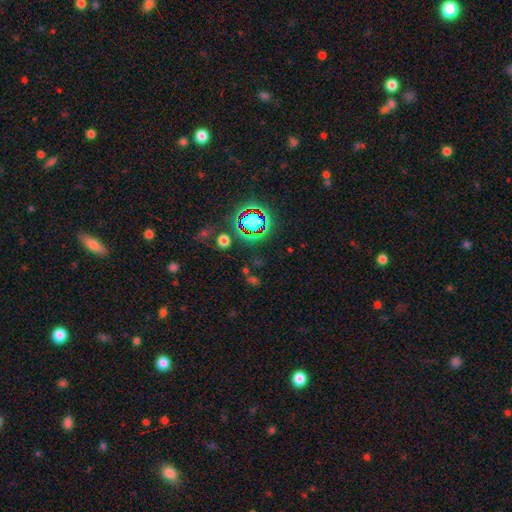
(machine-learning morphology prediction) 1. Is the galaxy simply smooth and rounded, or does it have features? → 76% star or artifact, 15% smooth, 9% featured or disk.